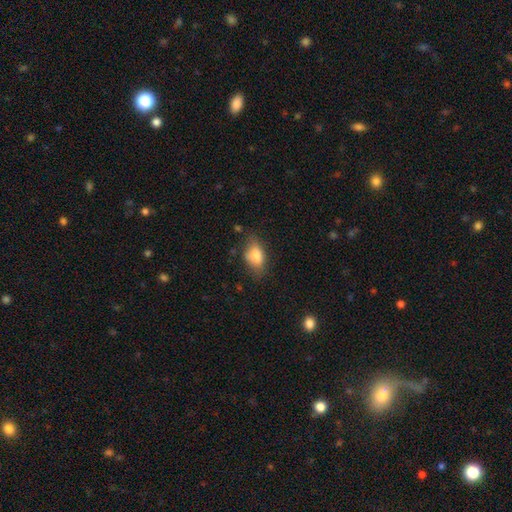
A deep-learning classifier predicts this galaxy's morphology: Smooth or featured: smooth — 80% (featured or disk — 12%)
How rounded: in between — 86% (round — 10%)
Merging: none — 66% (minor disturbance — 25%)